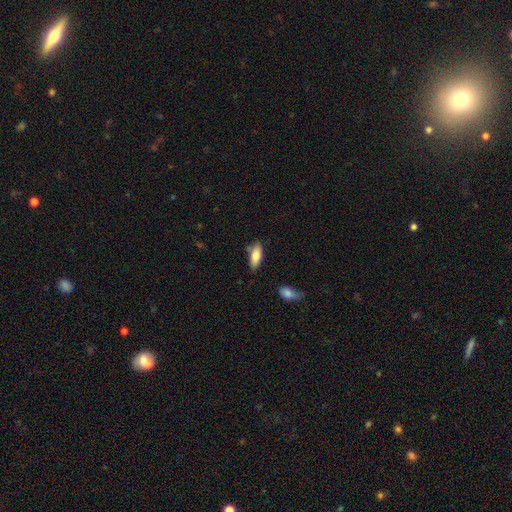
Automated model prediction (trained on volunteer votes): Smooth or featured?
  - smooth: 83% *
  - featured or disk: 11%
  - star or artifact: 6%
How rounded?
  - in between: 78% *
  - cigar-shaped: 20%
  - round: 2%
Merging?
  - none: 72% *
  - minor disturbance: 20%
  - merger: 5%
  - major disturbance: 4%